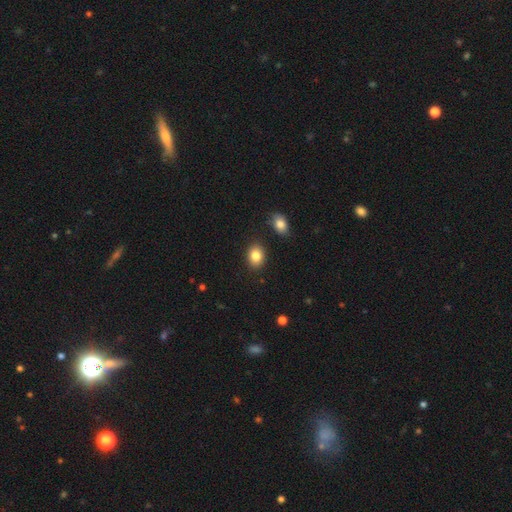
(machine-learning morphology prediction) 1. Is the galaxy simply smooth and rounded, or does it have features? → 85% smooth, 9% star or artifact, 7% featured or disk.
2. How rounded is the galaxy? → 64% in between, 35% round, 1% cigar-shaped.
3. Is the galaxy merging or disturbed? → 86% none, 9% minor disturbance, 3% merger, 2% major disturbance.